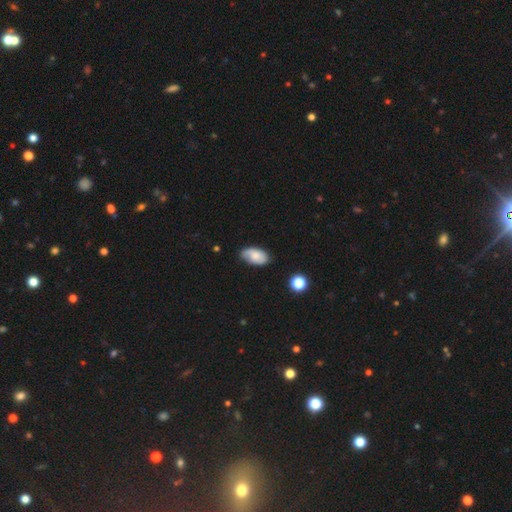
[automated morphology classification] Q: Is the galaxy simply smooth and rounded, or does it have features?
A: smooth — 68%.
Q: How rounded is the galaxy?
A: in between — 94%.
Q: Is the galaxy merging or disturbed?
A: none — 71%.